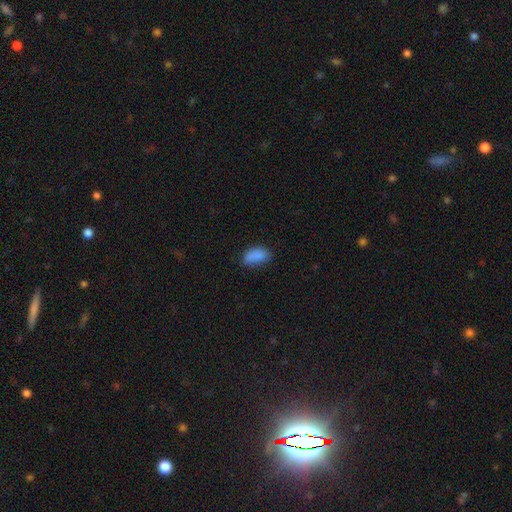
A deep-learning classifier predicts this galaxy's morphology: A smooth galaxy with no disk features (85%) that is in between round and cigar-shaped (92%).

Vote fractions:
- Smooth or featured? smooth: 85% / star or artifact: 9% / featured or disk: 6%
- How rounded? in between: 92% / round: 5% / cigar-shaped: 3%
- Merging? none: 65% / minor disturbance: 25% / major disturbance: 7% / merger: 3%